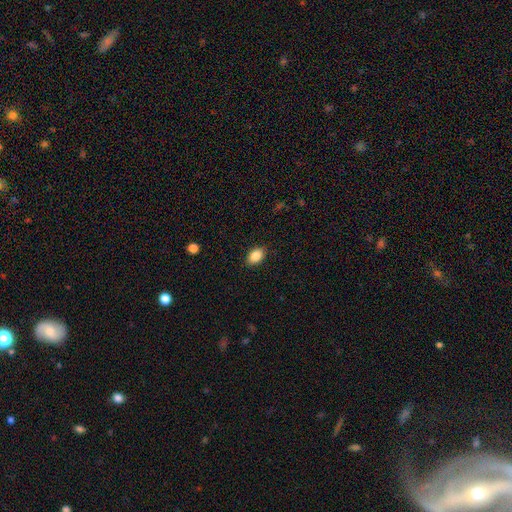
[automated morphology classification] smooth-or-featured: smooth: 87% | star or artifact: 8% | featured or disk: 5%
  how-rounded: in between: 85% | round: 13% | cigar-shaped: 1%
  merging: none: 88% | minor disturbance: 9% | major disturbance: 2% | merger: 1%